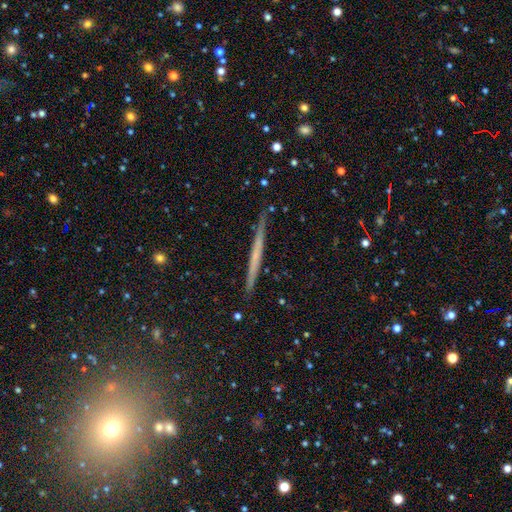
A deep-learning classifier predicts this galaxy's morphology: type=featured or disk (55%); edge-on=yes (97%); edge-on bulge=none (83%); merging=none (90%).